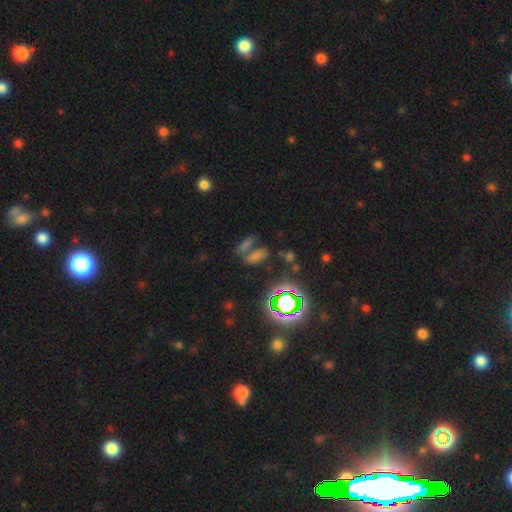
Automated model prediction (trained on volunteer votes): Smooth or featured? Predicted: smooth (p=0.50). How rounded? Predicted: in between (p=0.64). Merging? Predicted: none (p=0.47).